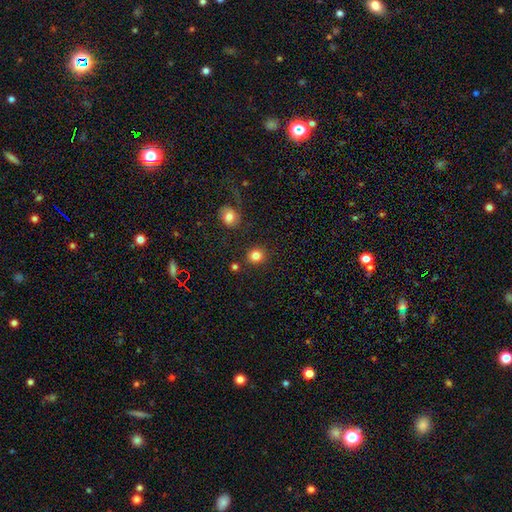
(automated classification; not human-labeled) This is clearly a smooth galaxy (84%). How rounded: clearly round (84%). Merging: clearly none (87%).